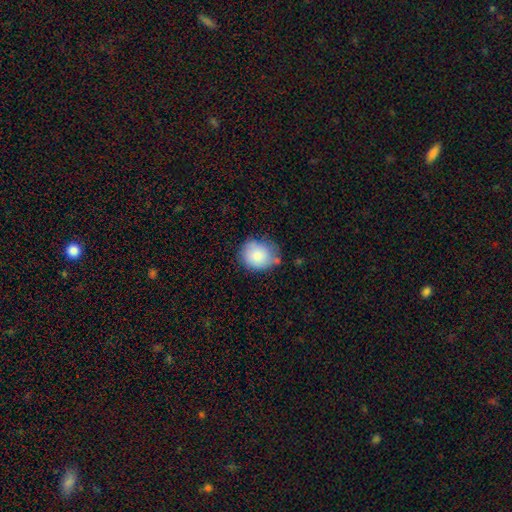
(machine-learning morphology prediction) Smooth or featured? smooth (83%)
How rounded? round (69%)
Merging? none (54%)